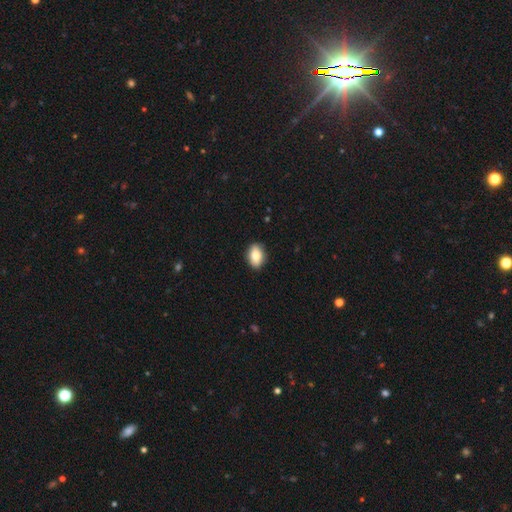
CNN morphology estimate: A smooth galaxy with no disk features (78%) that is in between round and cigar-shaped (81%).

Vote fractions:
- Smooth or featured? smooth: 78% / featured or disk: 14% / star or artifact: 8%
- How rounded? in between: 81% / round: 17% / cigar-shaped: 2%
- Merging? none: 89% / minor disturbance: 9% / major disturbance: 2% / merger: 1%